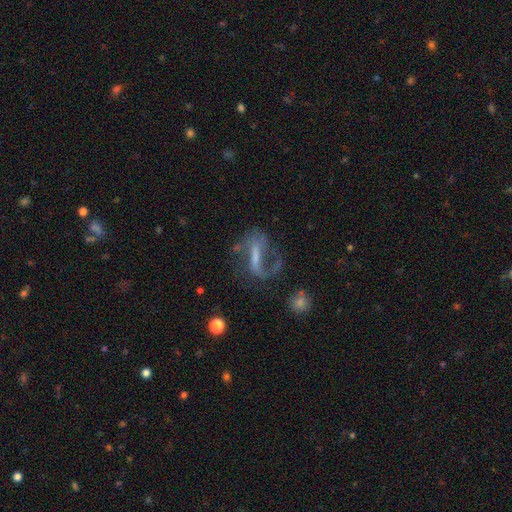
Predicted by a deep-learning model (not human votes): Overall: featured or disk (71%). Edge-on disk: no (91%). Bar: strong (52%; weak 30%). Spiral arms: yes (77%). Bulge size: none (40%; small 30%). Merging: none (44%; major disturbance 34%).